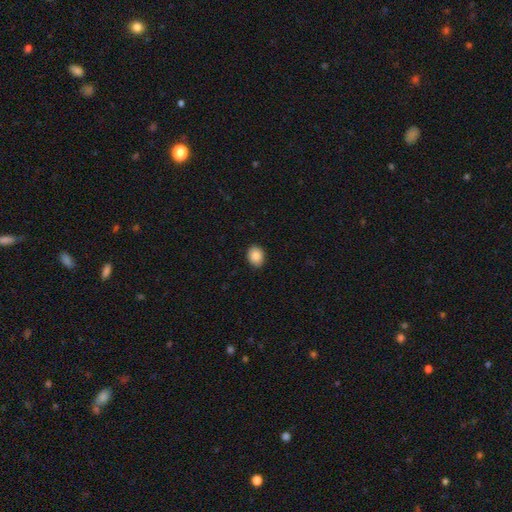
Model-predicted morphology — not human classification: This is clearly a smooth galaxy (89%). How rounded: possibly in between (53%). Merging: clearly none (90%).